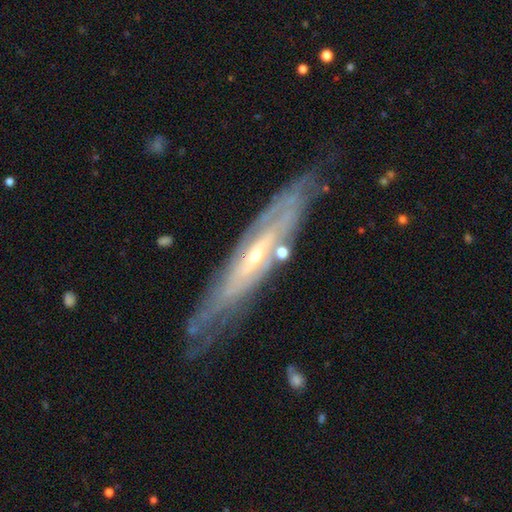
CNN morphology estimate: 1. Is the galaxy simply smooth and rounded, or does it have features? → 82% featured or disk, 12% smooth, 6% star or artifact.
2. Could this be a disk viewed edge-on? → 51% no, 49% yes.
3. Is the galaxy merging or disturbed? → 74% none, 18% minor disturbance, 5% major disturbance, 3% merger.